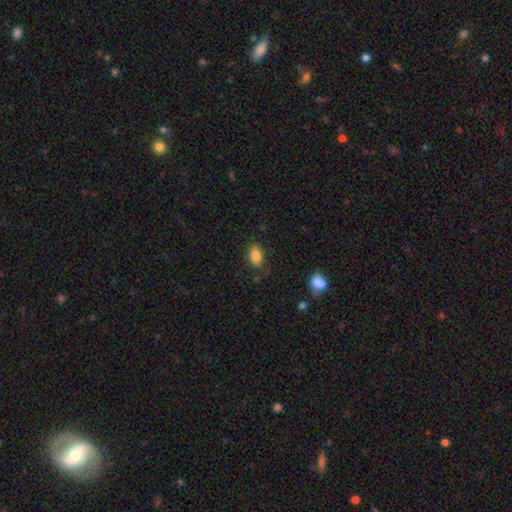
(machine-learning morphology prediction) Overall: smooth (86%). How rounded: in between (88%). Merging: none (79%).